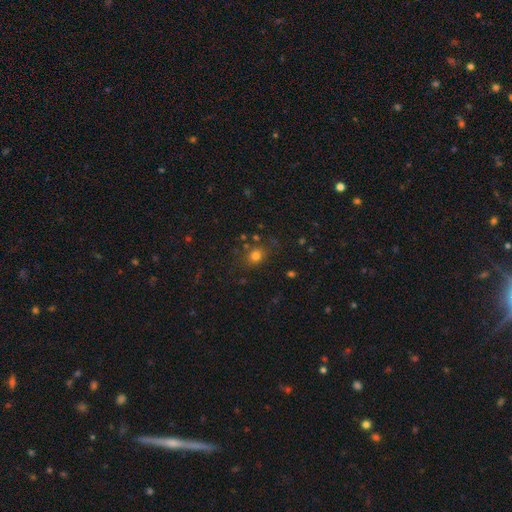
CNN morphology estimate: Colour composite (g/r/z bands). It shows a smooth galaxy with no disk features (76%) that is round (69%). Merging: none (77%).